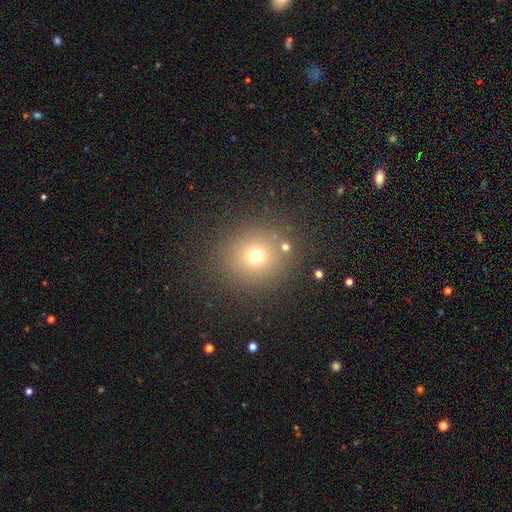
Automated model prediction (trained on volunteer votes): Morphology: type=smooth (68%); roundness=round (86%); merging=none (84%).